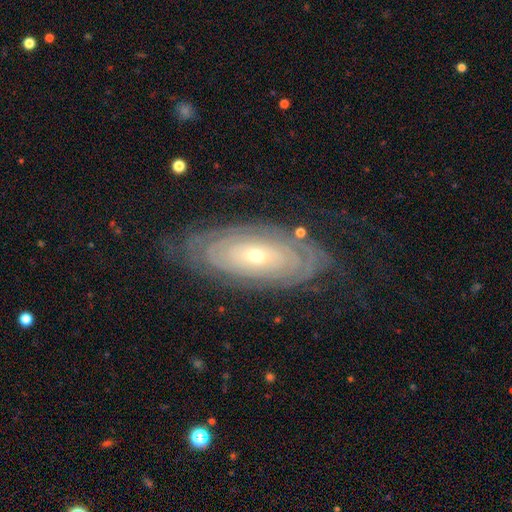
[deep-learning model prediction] Smooth or featured? featured or disk (81%)
Edge-on disk? no (90%)
Bar? no (79%)
Spiral arms? yes (86%)
Spiral winding? tight (86%)
Spiral arm count? can't tell (60%)
Bulge size? small (65%)
Merging? none (76%)